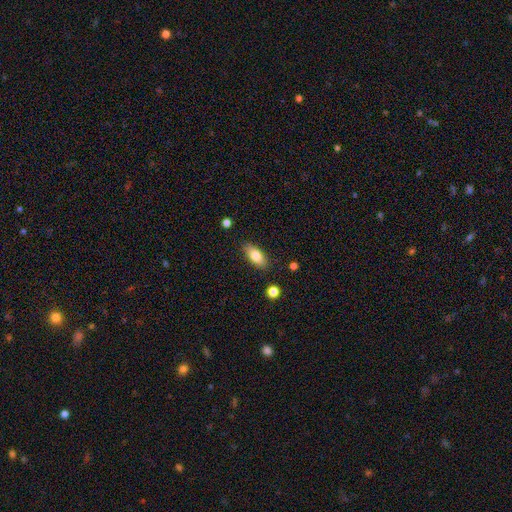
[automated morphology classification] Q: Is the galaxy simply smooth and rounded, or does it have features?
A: smooth — 79%.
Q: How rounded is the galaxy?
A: in between — 83%.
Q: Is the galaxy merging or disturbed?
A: none — 86%.